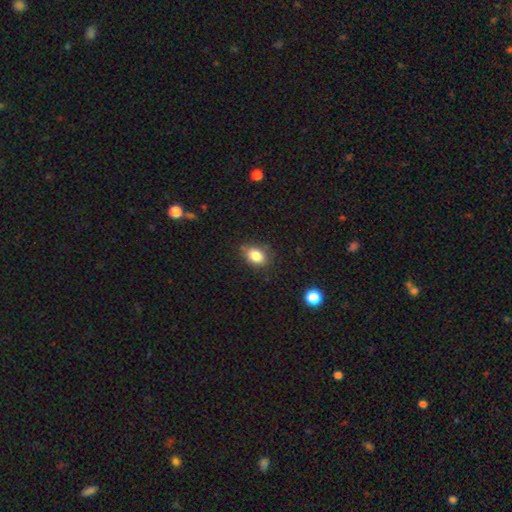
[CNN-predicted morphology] Q: Smooth or featured?
A: smooth (84%); runner-up: star or artifact (10%)
Q: How rounded?
A: in between (75%); runner-up: round (23%)
Q: Merging?
A: none (76%); runner-up: minor disturbance (18%)